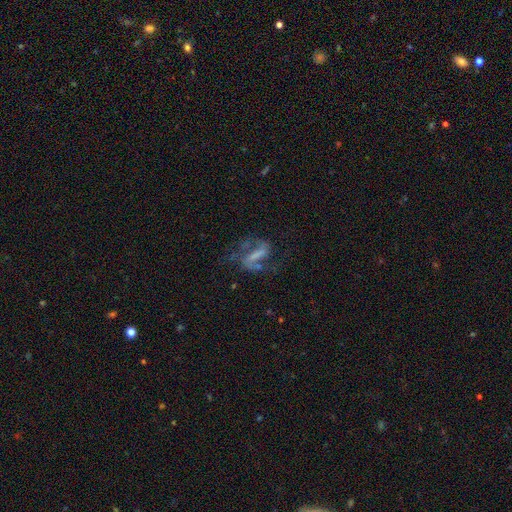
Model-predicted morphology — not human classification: Smooth or featured? featured or disk (74%)
Edge-on disk? no (95%)
Bar? strong (56%)
Spiral arms? yes (84%)
Spiral winding? loose (47%)
Spiral arm count? 2 (85%)
Bulge size? none (54%)
Merging? none (51%)